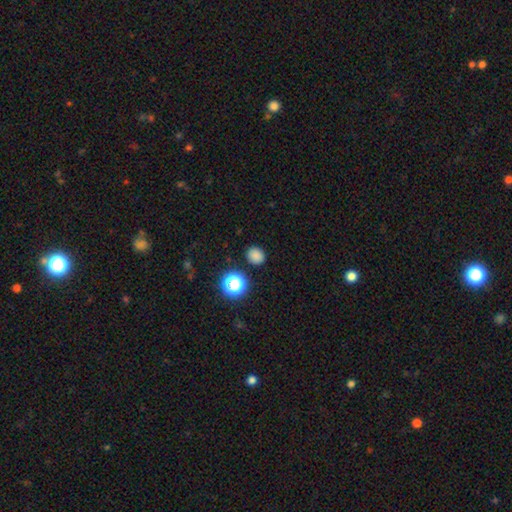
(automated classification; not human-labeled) This appears to be a smooth galaxy with no disk features (80%) that is round (68%). Merging: none (88%).